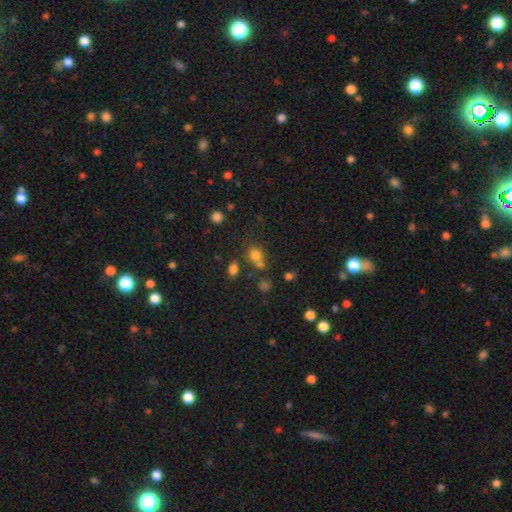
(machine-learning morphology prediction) This appears to be a smooth galaxy with no disk features (72%) that is round (73%). Merging: none (51%).